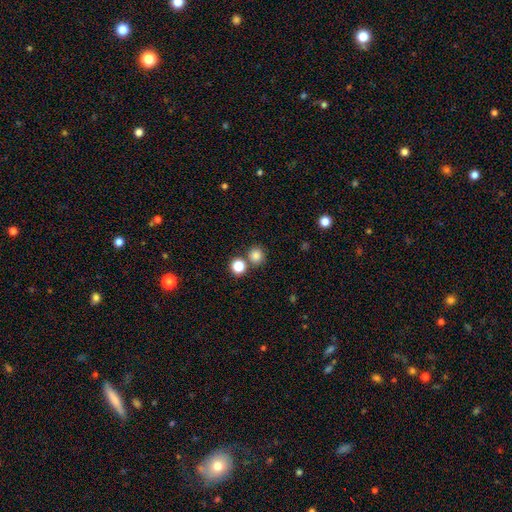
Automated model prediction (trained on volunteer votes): smooth-or-featured: smooth: 82% | star or artifact: 13% | featured or disk: 5%
  how-rounded: round: 92% | in between: 7% | cigar-shaped: 1%
  merging: none: 75% | merger: 16% | minor disturbance: 7% | major disturbance: 3%